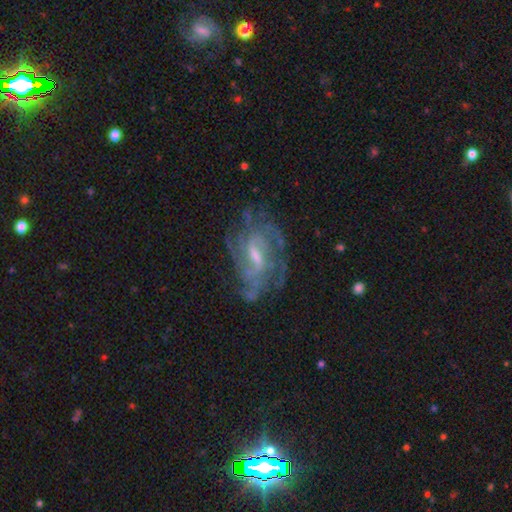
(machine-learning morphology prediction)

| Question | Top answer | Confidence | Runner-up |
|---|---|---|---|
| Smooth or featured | featured or disk | 84% | smooth (8%) |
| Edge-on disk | no | 96% | yes (4%) |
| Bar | weak | 58% | strong (22%) |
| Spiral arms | yes | 90% | no (10%) |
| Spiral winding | tight | 43% | medium (42%) |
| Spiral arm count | can't tell | 39% | 3 (17%) |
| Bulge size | moderate | 44% | small (42%) |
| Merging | none | 63% | minor disturbance (20%) |